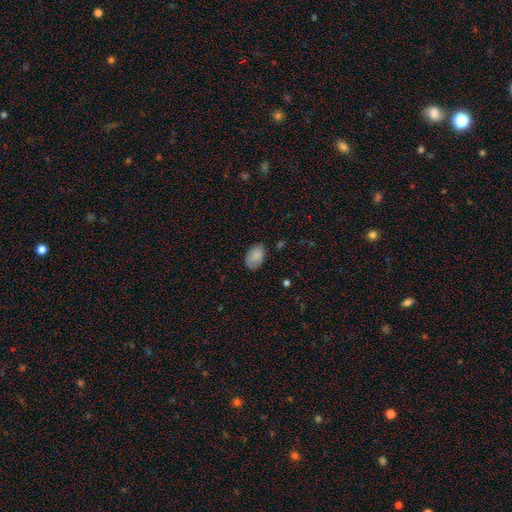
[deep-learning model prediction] Smooth or featured: smooth — 85% (featured or disk — 8%)
How rounded: in between — 89% (round — 9%)
Merging: none — 75% (minor disturbance — 19%)